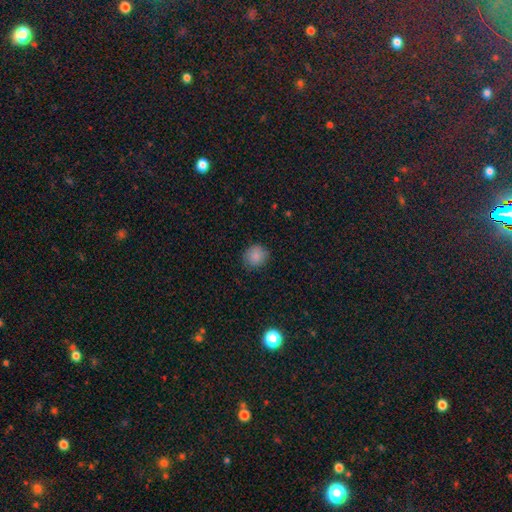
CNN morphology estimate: This is clearly a smooth galaxy (85%). How rounded: likely round (78%). Merging: clearly none (81%).